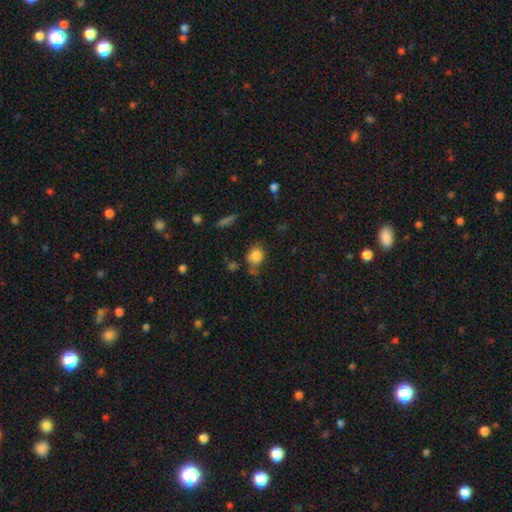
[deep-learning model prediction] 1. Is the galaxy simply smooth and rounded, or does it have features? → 82% smooth, 11% star or artifact, 8% featured or disk.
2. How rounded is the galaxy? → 58% round, 41% in between, 2% cigar-shaped.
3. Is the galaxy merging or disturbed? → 57% none, 25% minor disturbance, 9% merger, 9% major disturbance.